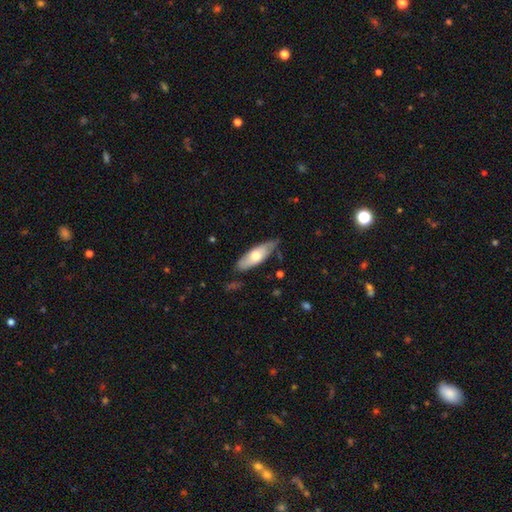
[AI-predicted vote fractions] smooth 60%, featured or disk 35%, star or artifact 5%. Down the decision tree: how rounded — in between (63%); merging — none (71%).